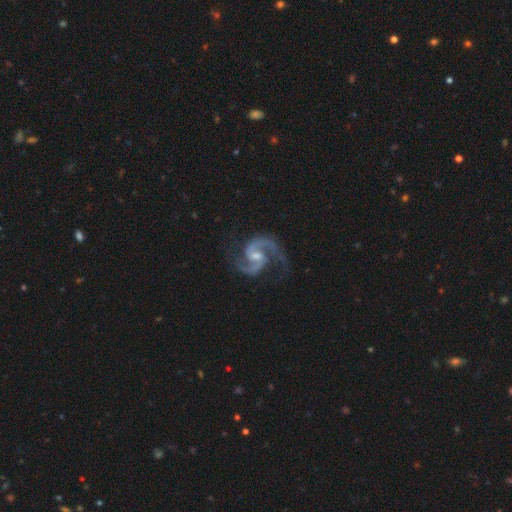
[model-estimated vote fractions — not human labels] A featured or disk galaxy (94%) with a weak bar (52%), 2 (94%) medium (68%) spiral arms (99%) and a small central bulge (48%). Merging: none (77%).